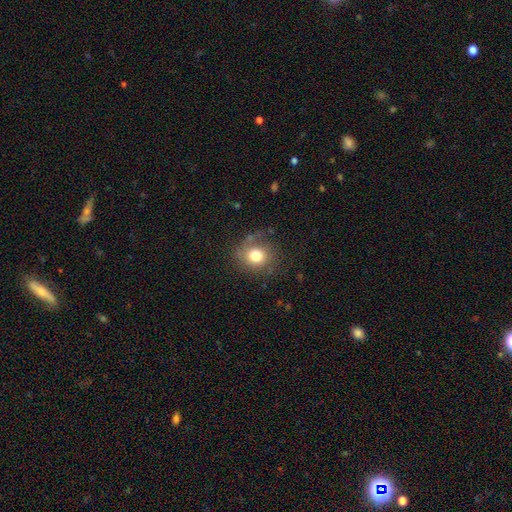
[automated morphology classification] smooth_or_featured: smooth (p=0.76) [alt: featured or disk p=0.12]
how_rounded: round (p=0.79) [alt: in between p=0.20]
merging: none (p=0.69) [alt: minor disturbance p=0.19]